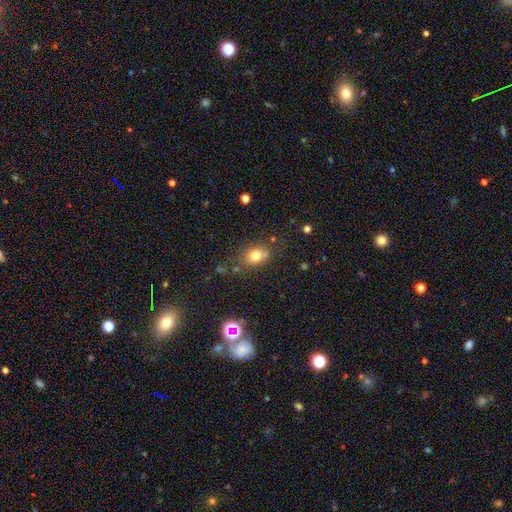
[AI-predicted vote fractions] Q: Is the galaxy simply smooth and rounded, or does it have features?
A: smooth — 75%.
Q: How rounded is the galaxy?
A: in between — 50%.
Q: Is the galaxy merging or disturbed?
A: none — 67%.